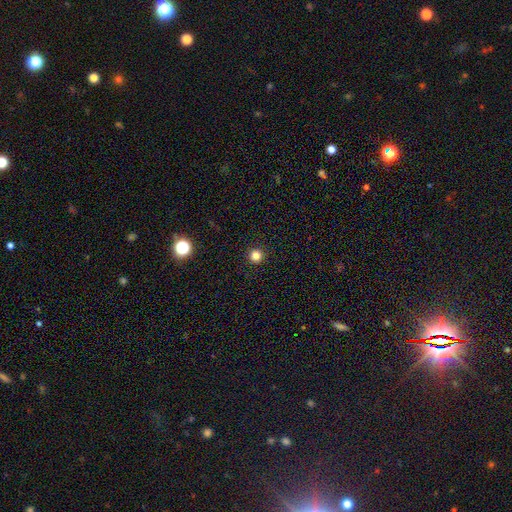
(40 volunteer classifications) A smooth galaxy with no disk features (90%) that is round (97%). Merging: none (100%).